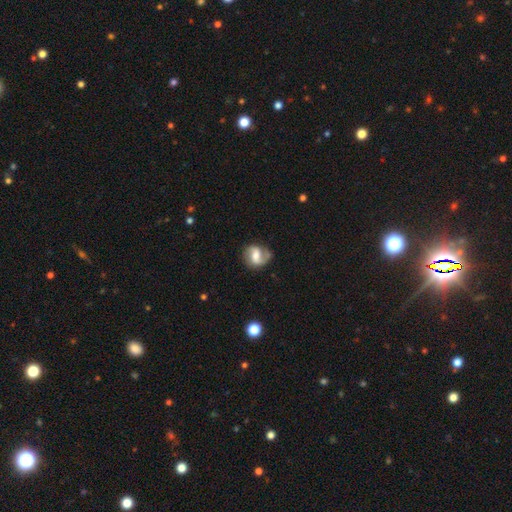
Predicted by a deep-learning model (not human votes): Smooth or featured? featured or disk (69%)
Edge-on disk? no (98%)
Bar? weak (50%)
Spiral arms? yes (91%)
Spiral winding? medium (46%)
Spiral arm count? 2 (72%)
Bulge size? moderate (53%)
Merging? none (66%)